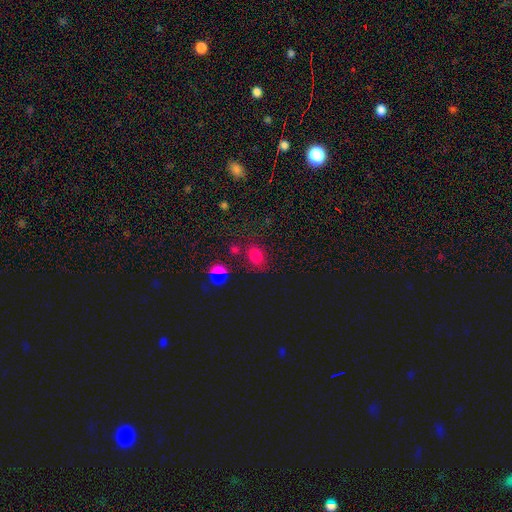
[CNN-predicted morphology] A smooth galaxy with no disk features (69%) that is in between round and cigar-shaped (56%). Merging: none (74%).